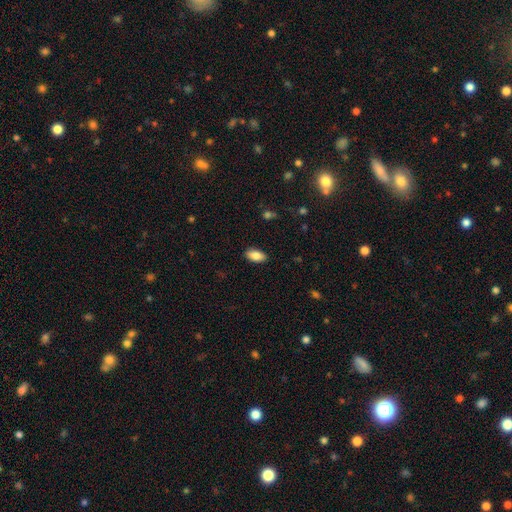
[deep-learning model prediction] Smooth or featured?
  - smooth: 87% *
  - star or artifact: 7%
  - featured or disk: 6%
How rounded?
  - in between: 92% *
  - cigar-shaped: 4%
  - round: 3%
Merging?
  - none: 88% *
  - minor disturbance: 9%
  - major disturbance: 2%
  - merger: 1%